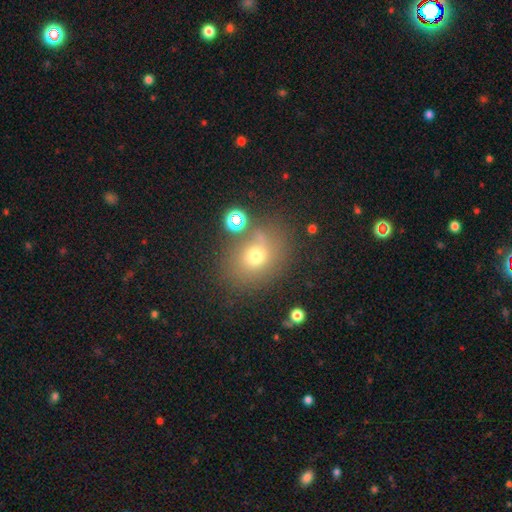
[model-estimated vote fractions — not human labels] This is likely a smooth galaxy (66%). How rounded: possibly round (57%). Merging: likely none (66%).